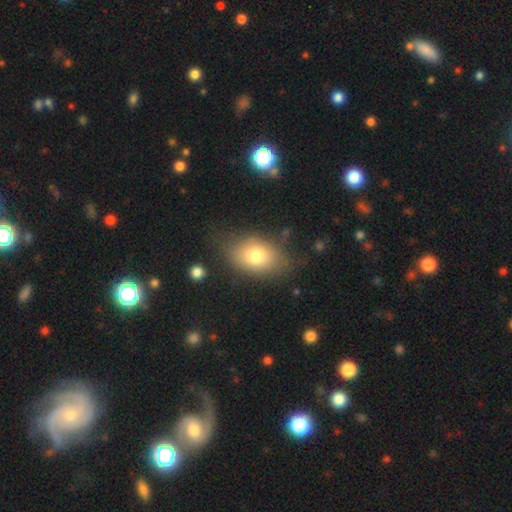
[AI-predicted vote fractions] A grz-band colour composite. It shows a smooth galaxy with no disk features (76%) that is in between round and cigar-shaped (80%). Merging: none (66%).